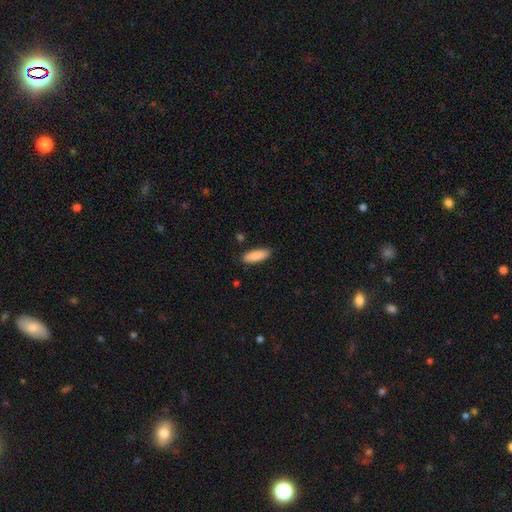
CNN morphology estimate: This appears to be a smooth galaxy with no disk features (89%) that is in between round and cigar-shaped (58%). Merging: none (86%).